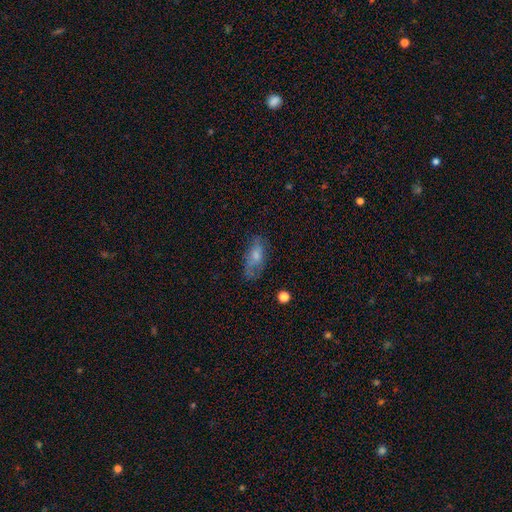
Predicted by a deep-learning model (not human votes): Q: Smooth or featured?
A: smooth (64%); runner-up: featured or disk (26%)
Q: How rounded?
A: in between (82%); runner-up: cigar-shaped (14%)
Q: Merging?
A: none (55%); runner-up: minor disturbance (26%)